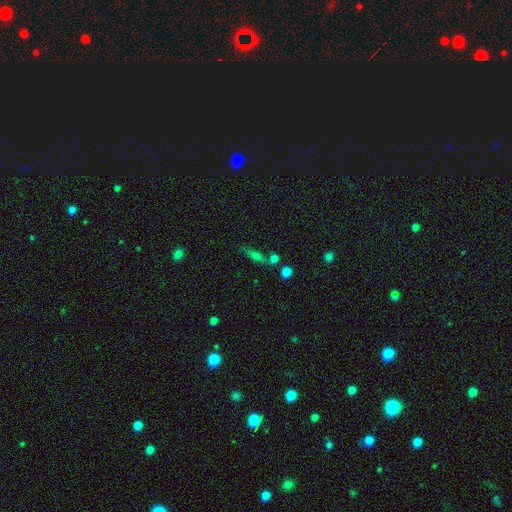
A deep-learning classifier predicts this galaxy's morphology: smooth_or_featured: featured or disk (p=0.43) [alt: smooth p=0.42]
merging: none (p=0.68) [alt: merger p=0.14]